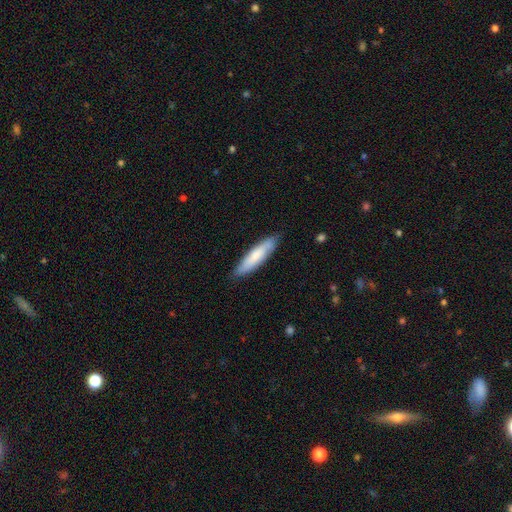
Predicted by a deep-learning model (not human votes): A smooth galaxy with no disk features (70%) that is cigar-shaped (76%). Merging: none (83%).